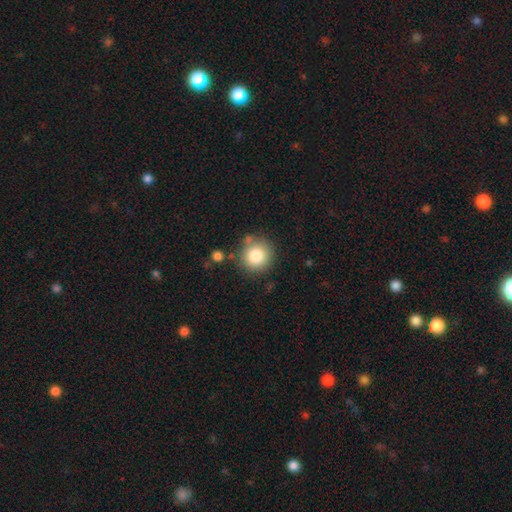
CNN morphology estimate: The model was most divided on "merging": none: 80%, minor disturbance: 10%, merger: 6%, major disturbance: 3%. More confident: how rounded — round (93%); smooth or featured — smooth (81%).